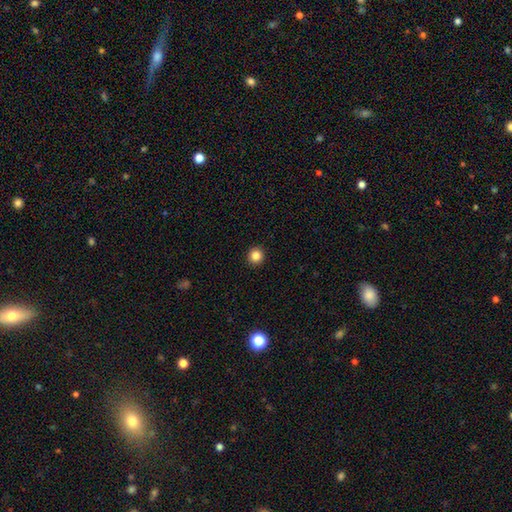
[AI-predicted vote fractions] Smooth or featured? smooth (84%)
How rounded? round (94%)
Merging? none (93%)